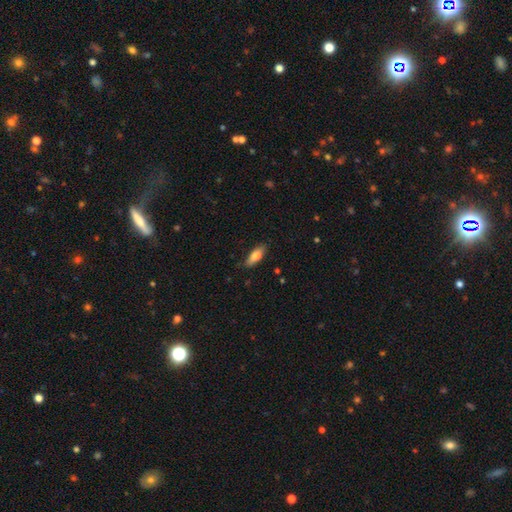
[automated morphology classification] type=smooth (76%); roundness=in between (68%); merging=none (81%).